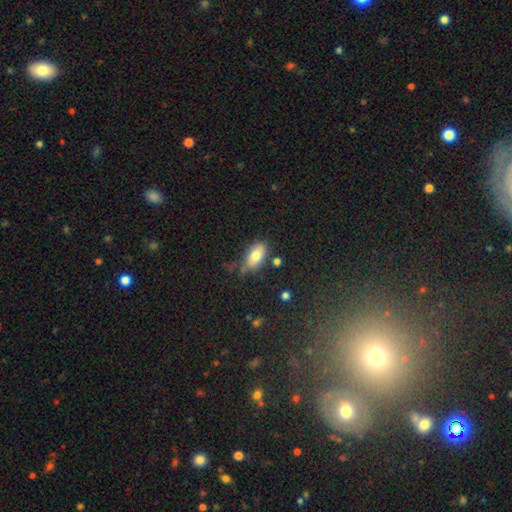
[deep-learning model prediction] smooth 78%, featured or disk 14%, star or artifact 8%. Down the decision tree: how rounded — in between (90%); merging — none (68%).